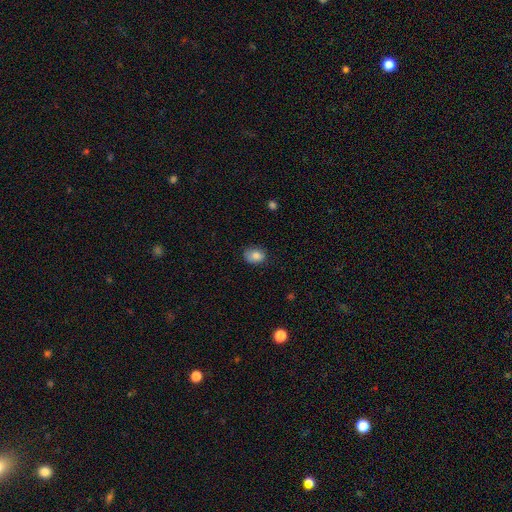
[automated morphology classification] Smooth or featured: smooth — 83% (star or artifact — 9%)
How rounded: in between — 66% (round — 33%)
Merging: none — 70% (minor disturbance — 24%)